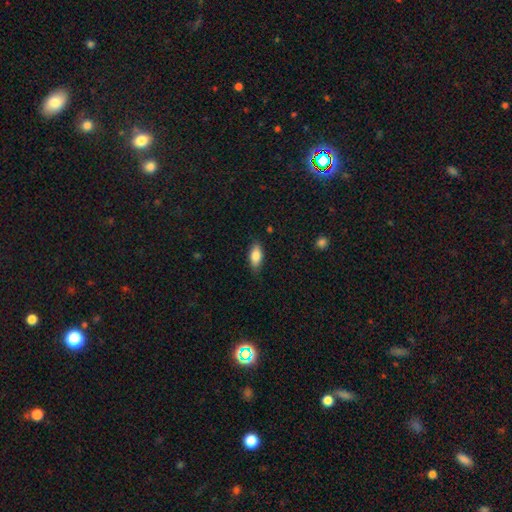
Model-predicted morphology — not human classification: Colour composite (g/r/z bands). It shows a smooth galaxy with no disk features (82%) that is in between round and cigar-shaped (84%). Merging: none (81%).